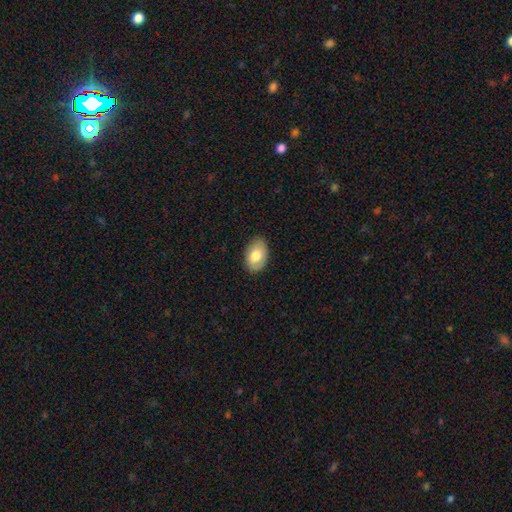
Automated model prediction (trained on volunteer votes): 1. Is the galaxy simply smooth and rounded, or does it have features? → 74% smooth, 19% featured or disk, 7% star or artifact.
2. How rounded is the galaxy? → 86% in between, 12% round, 1% cigar-shaped.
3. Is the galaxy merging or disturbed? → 83% none, 13% minor disturbance, 3% major disturbance, 1% merger.